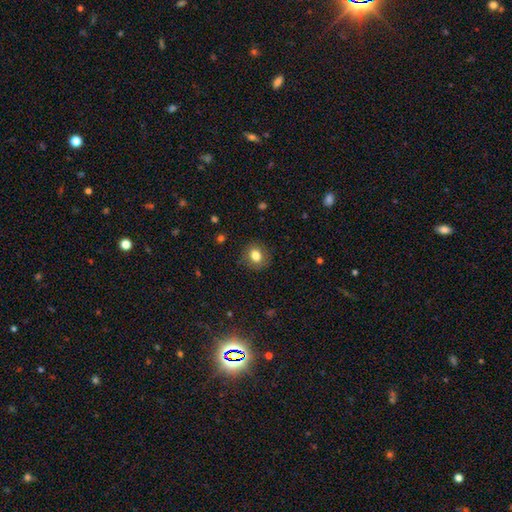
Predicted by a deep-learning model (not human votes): Smooth or featured? Predicted: smooth (p=0.81). How rounded? Predicted: round (p=0.71). Merging? Predicted: none (p=0.86).